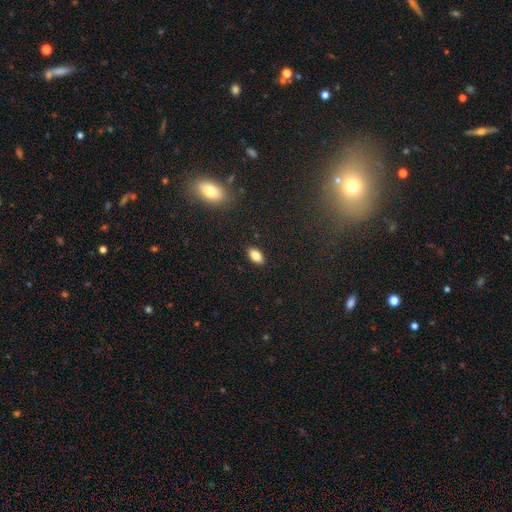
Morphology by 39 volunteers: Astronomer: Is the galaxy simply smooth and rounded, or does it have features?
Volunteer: smooth — 72%.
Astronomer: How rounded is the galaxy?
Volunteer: in between — 89%.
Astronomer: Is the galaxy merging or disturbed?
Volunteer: none — 86%.